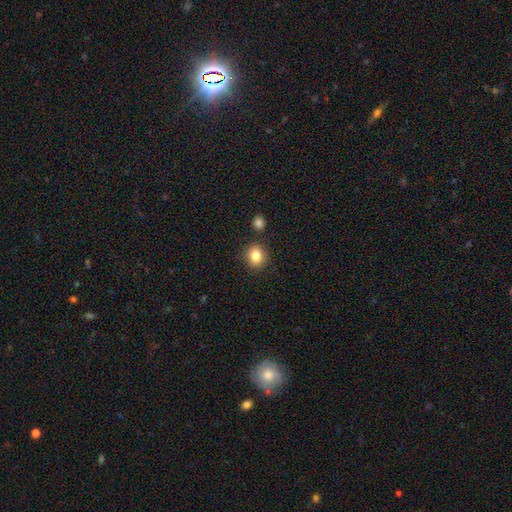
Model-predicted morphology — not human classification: smooth 83%, star or artifact 10%, featured or disk 6%. Down the decision tree: how rounded — round (70%); merging — none (84%).